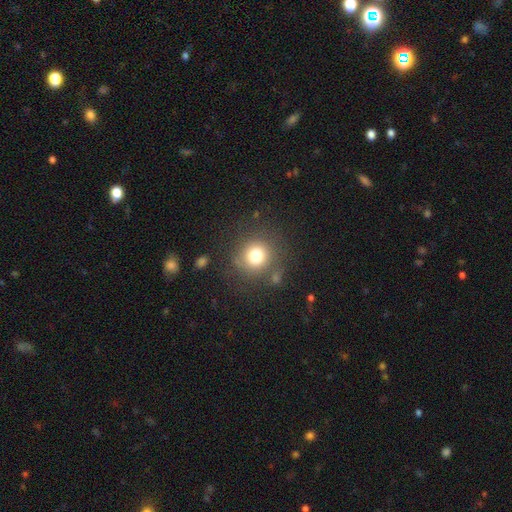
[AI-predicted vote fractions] Overall: smooth (77%). How rounded: round (91%). Merging: none (80%).